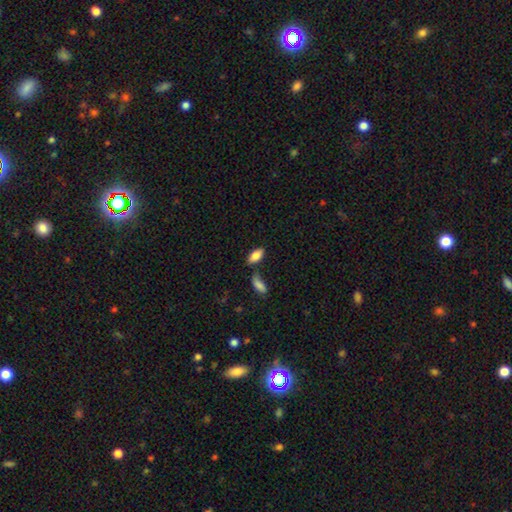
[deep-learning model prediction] The model was most divided on "merging": none: 65%, merger: 16%, minor disturbance: 15%, major disturbance: 4%. More confident: how rounded — in between (87%); smooth or featured — smooth (82%).